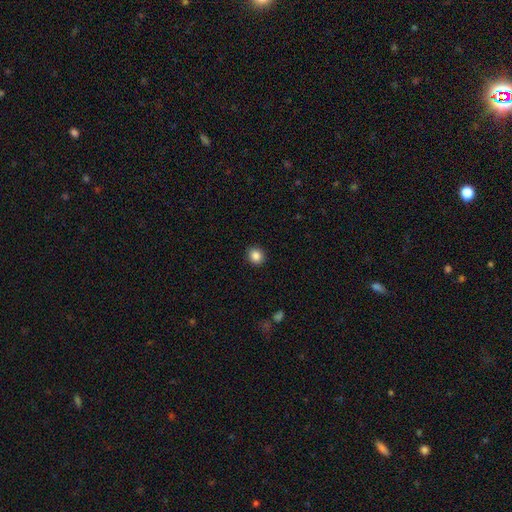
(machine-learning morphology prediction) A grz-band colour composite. It shows a smooth galaxy with no disk features (86%) that is round (81%). Merging: none (91%).